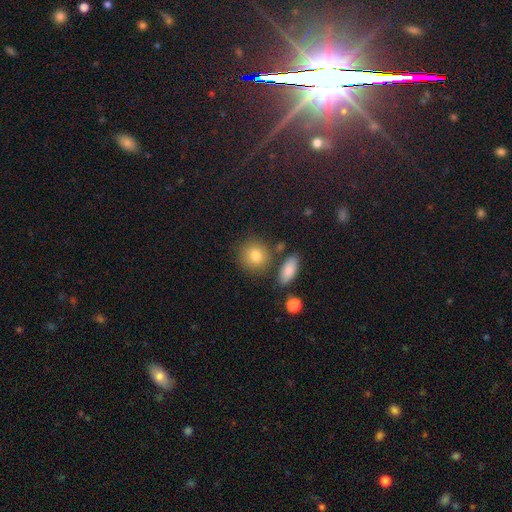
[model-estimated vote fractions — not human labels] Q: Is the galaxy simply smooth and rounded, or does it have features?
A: smooth — 81%.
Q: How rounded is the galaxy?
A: round — 81%.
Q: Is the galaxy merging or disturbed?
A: none — 77%.